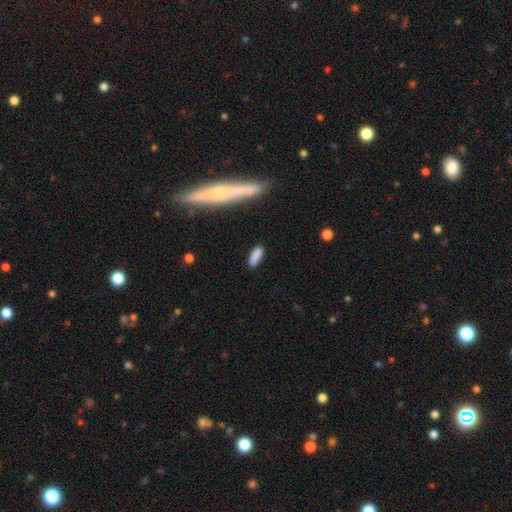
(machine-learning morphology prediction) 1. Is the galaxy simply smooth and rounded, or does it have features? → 86% smooth, 7% star or artifact, 6% featured or disk.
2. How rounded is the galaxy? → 59% in between, 39% cigar-shaped, 2% round.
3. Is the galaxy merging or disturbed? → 85% none, 11% minor disturbance, 3% major disturbance, 2% merger.